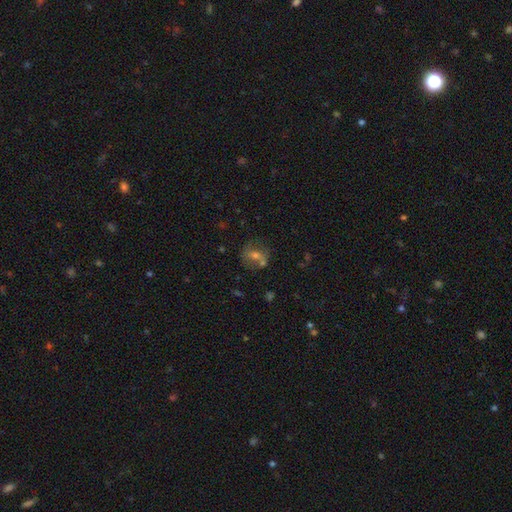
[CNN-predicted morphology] smooth-or-featured: smooth: 45% | featured or disk: 33% | star or artifact: 22%
  merging: none: 63% | merger: 17% | minor disturbance: 14% | major disturbance: 6%